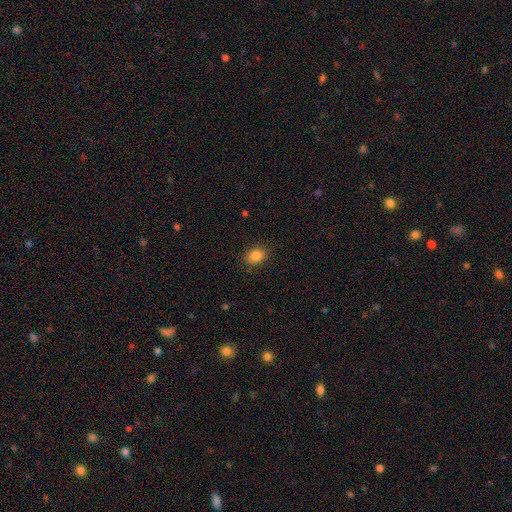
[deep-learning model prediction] smooth_or_featured: smooth (p=0.84) [alt: star or artifact p=0.10]
how_rounded: in between (p=0.58) [alt: round p=0.41]
merging: none (p=0.87) [alt: minor disturbance p=0.10]